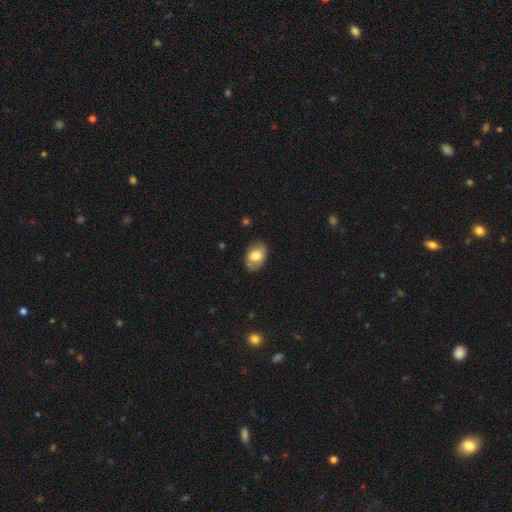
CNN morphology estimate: A smooth galaxy with no disk features (76%) that is in between round and cigar-shaped (87%).

Vote fractions:
- Smooth or featured? smooth: 76% / featured or disk: 18% / star or artifact: 7%
- How rounded? in between: 87% / round: 12% / cigar-shaped: 1%
- Merging? none: 82% / minor disturbance: 14% / major disturbance: 3% / merger: 1%